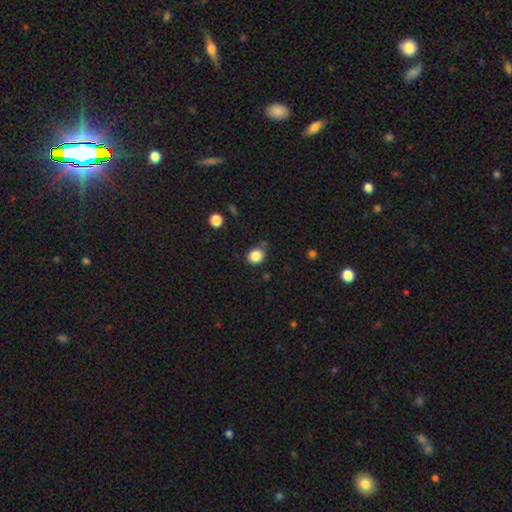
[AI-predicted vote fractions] The model was most divided on "how rounded": round: 59%, in between: 40%, cigar-shaped: 1%. More confident: smooth or featured — smooth (86%); merging — none (76%).